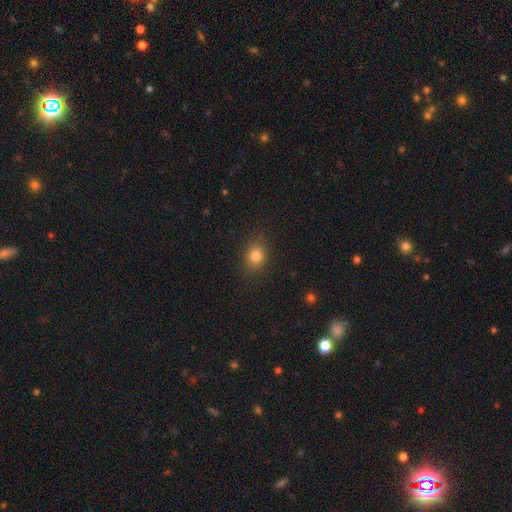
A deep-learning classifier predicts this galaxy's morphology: Smooth or featured: smooth — 81% (star or artifact — 13%)
How rounded: round — 57% (in between — 42%)
Merging: none — 86% (minor disturbance — 10%)